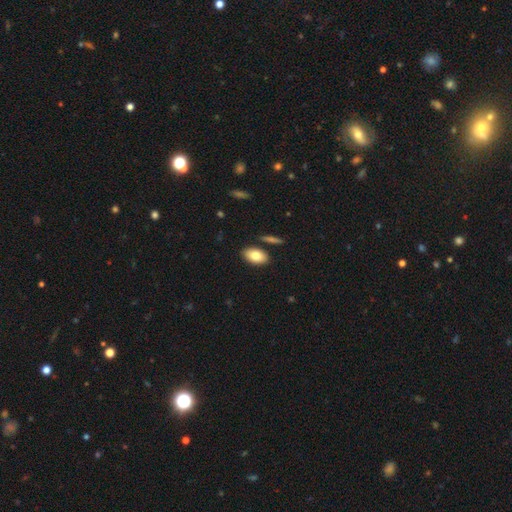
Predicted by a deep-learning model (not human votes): Smooth or featured?
  - smooth: 80% *
  - featured or disk: 13%
  - star or artifact: 7%
How rounded?
  - in between: 93% *
  - round: 5%
  - cigar-shaped: 3%
Merging?
  - none: 84% *
  - minor disturbance: 9%
  - merger: 4%
  - major disturbance: 2%